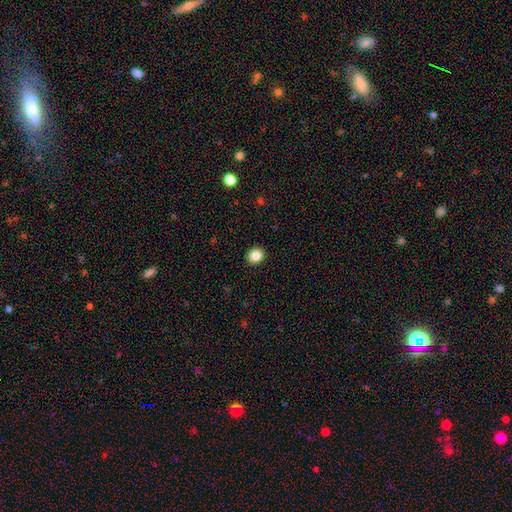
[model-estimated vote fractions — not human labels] smooth 85%, star or artifact 10%, featured or disk 5%. Down the decision tree: how rounded — round (82%); merging — none (93%).